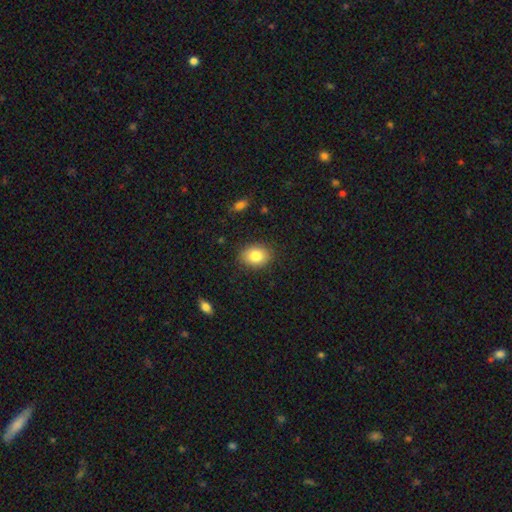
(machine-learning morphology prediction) The model was most divided on "how rounded": in between: 58%, round: 42%, cigar-shaped: 1%. More confident: merging — none (86%); smooth or featured — smooth (83%).